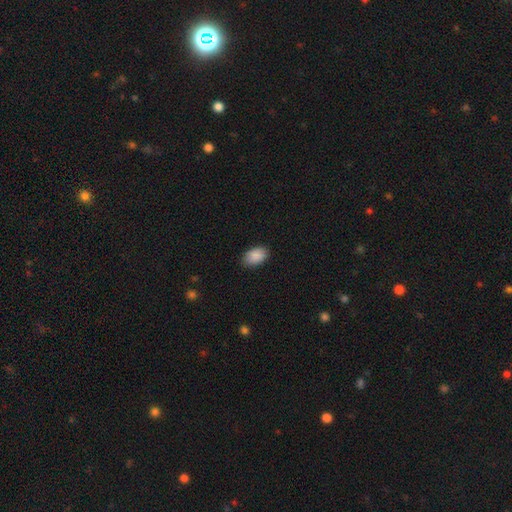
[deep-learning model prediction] Q: Smooth or featured?
A: smooth (90%); runner-up: star or artifact (7%)
Q: How rounded?
A: in between (90%); runner-up: round (9%)
Q: Merging?
A: none (85%); runner-up: minor disturbance (12%)